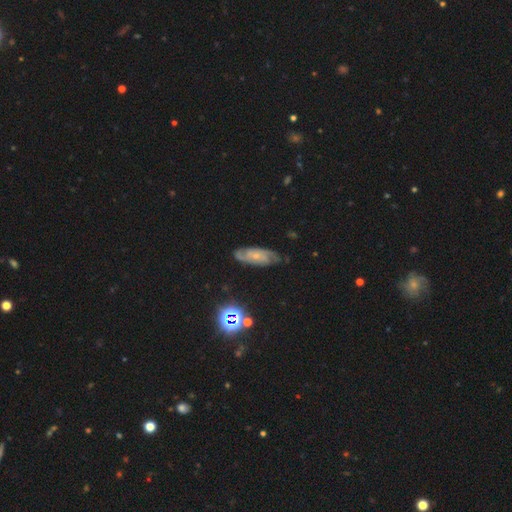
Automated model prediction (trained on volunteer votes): Smooth or featured: featured or disk — 77% (smooth — 14%)
Edge-on disk: no — 92% (yes — 8%)
Bar: no — 72% (weak — 23%)
Spiral arms: yes — 94% (no — 6%)
Spiral winding: tight — 55% (medium — 36%)
Spiral arm count: 2 — 55% (can't tell — 24%)
Bulge size: small — 73% (moderate — 20%)
Merging: none — 75% (minor disturbance — 19%)